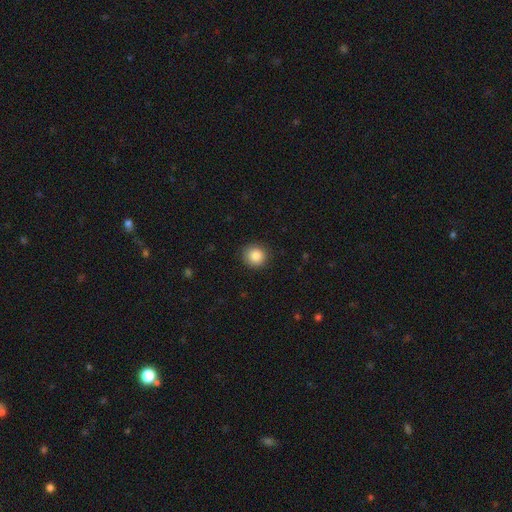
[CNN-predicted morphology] Q: Smooth or featured?
A: smooth (86%); runner-up: star or artifact (9%)
Q: How rounded?
A: round (91%); runner-up: in between (8%)
Q: Merging?
A: none (89%); runner-up: minor disturbance (8%)